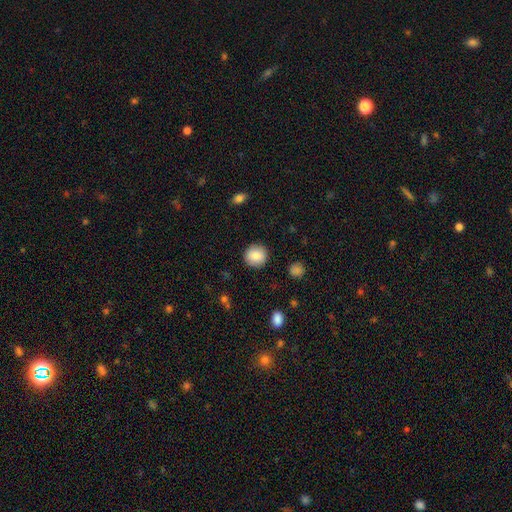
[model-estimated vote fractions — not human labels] smooth 85%, star or artifact 8%, featured or disk 7%. Down the decision tree: how rounded — round (91%); merging — none (91%).